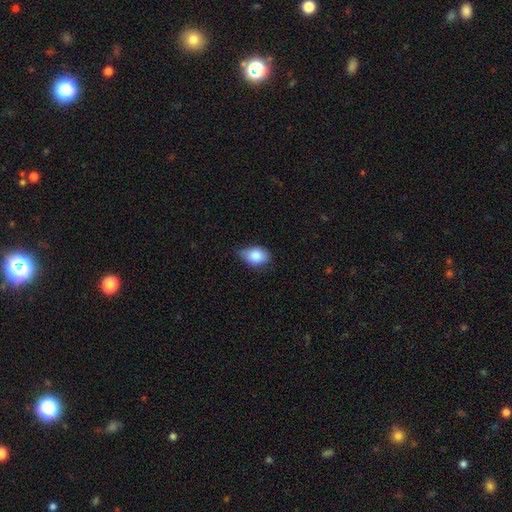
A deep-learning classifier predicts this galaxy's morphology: A smooth galaxy with no disk features (85%) that is in between round and cigar-shaped (76%). Merging: none (53%).